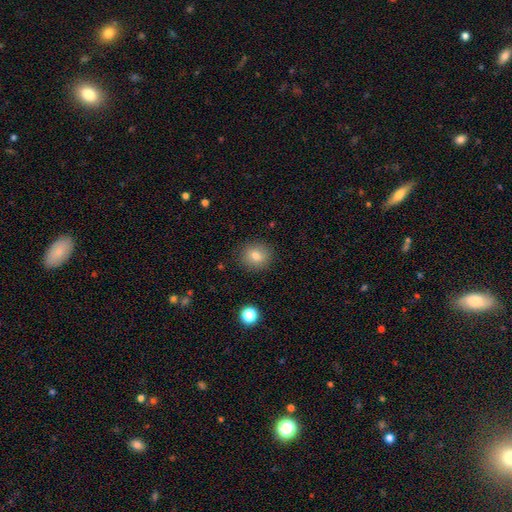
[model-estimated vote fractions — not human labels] Q: Smooth or featured?
A: smooth (80%); runner-up: star or artifact (11%)
Q: How rounded?
A: round (82%); runner-up: in between (17%)
Q: Merging?
A: none (89%); runner-up: minor disturbance (7%)